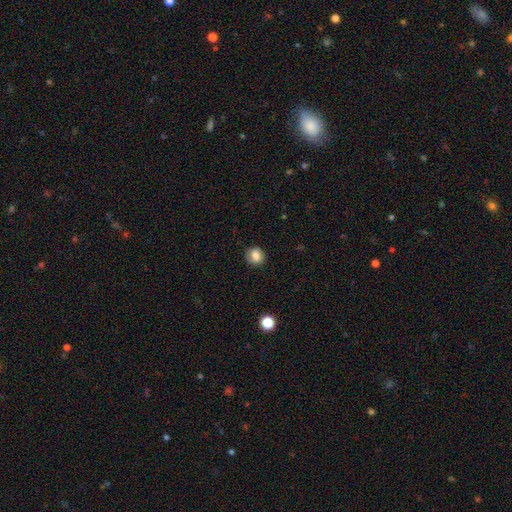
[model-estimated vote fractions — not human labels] Smooth or featured: smooth — 81% (featured or disk — 10%)
How rounded: round — 78% (in between — 21%)
Merging: none — 87% (minor disturbance — 10%)